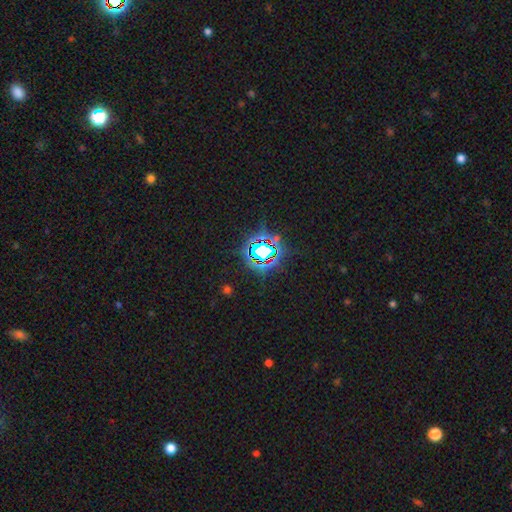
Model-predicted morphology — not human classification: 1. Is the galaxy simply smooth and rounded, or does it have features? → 75% star or artifact, 14% smooth, 11% featured or disk.